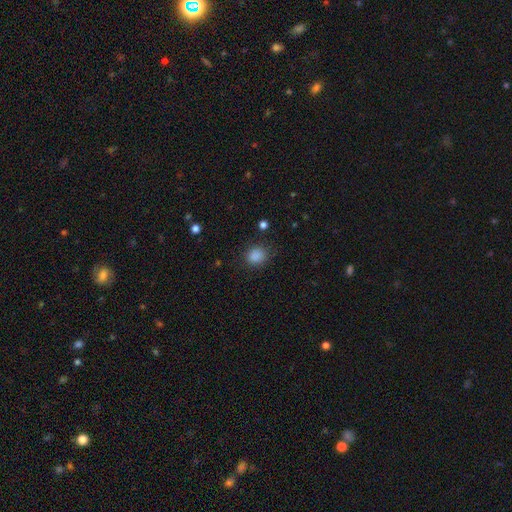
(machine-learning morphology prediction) smooth_or_featured: smooth (p=0.86) [alt: star or artifact p=0.11]
how_rounded: round (p=0.73) [alt: in between p=0.26]
merging: none (p=0.84) [alt: minor disturbance p=0.11]